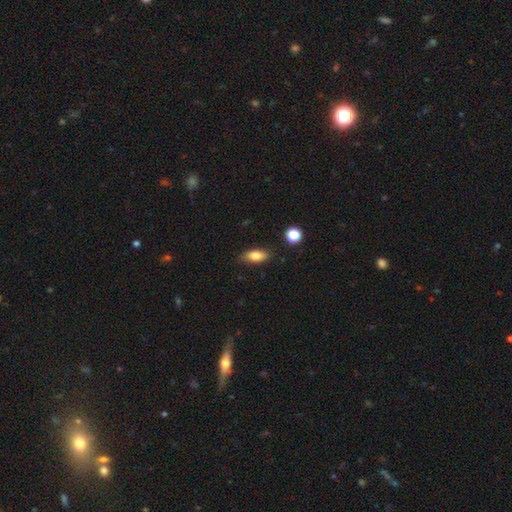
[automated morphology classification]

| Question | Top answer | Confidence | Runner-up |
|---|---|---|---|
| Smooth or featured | smooth | 81% | featured or disk (11%) |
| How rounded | in between | 81% | cigar-shaped (13%) |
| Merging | none | 82% | minor disturbance (13%) |